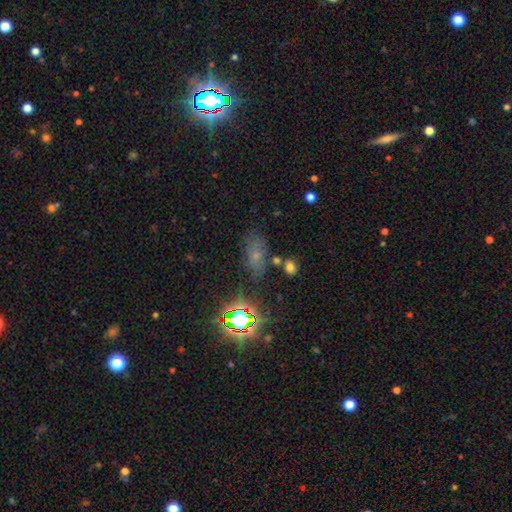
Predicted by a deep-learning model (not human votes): This is marginally a smooth galaxy (45%). Merging: likely none (69%).